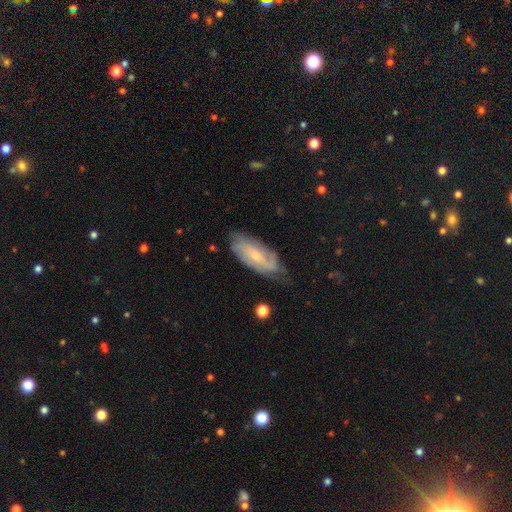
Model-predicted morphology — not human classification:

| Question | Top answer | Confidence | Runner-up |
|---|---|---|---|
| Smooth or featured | featured or disk | 66% | smooth (28%) |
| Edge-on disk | no | 89% | yes (11%) |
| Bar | no | 54% | weak (36%) |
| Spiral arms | yes | 86% | no (14%) |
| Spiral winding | tight | 44% | medium (38%) |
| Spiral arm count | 2 | 41% | can't tell (40%) |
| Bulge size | small | 69% | moderate (26%) |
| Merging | none | 65% | minor disturbance (26%) |